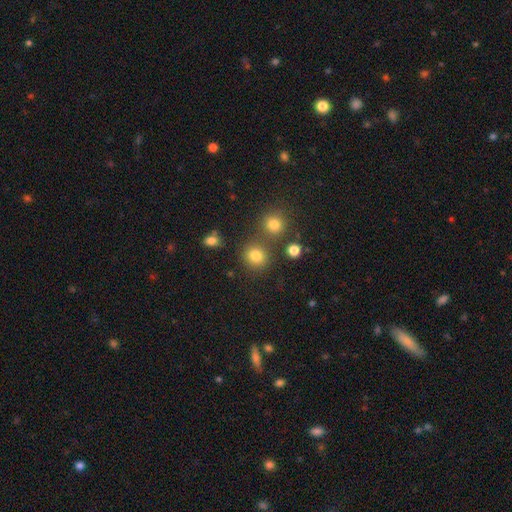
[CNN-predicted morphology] smooth_or_featured: smooth (p=0.80) [alt: star or artifact p=0.14]
how_rounded: round (p=0.85) [alt: in between p=0.14]
merging: none (p=0.74) [alt: merger p=0.14]